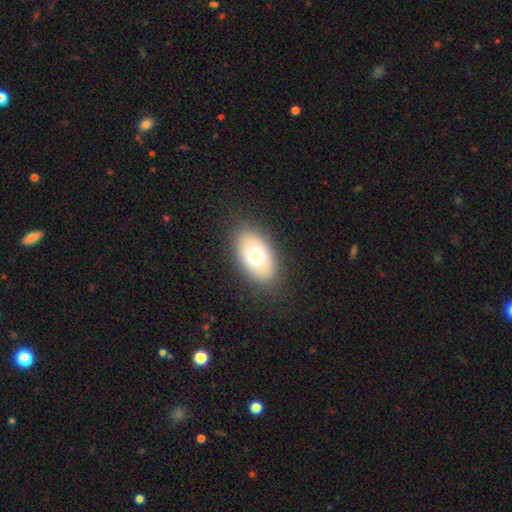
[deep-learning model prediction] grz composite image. It shows a smooth galaxy with no disk features (68%) that is in between round and cigar-shaped (88%). Merging: none (84%).